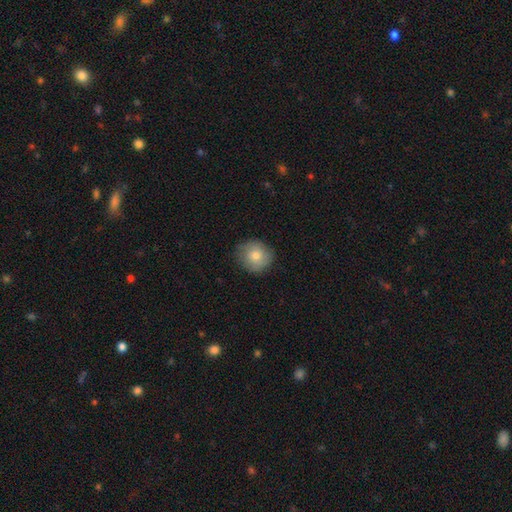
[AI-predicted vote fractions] smooth 76%, featured or disk 16%, star or artifact 7%. Down the decision tree: how rounded — round (88%); merging — none (80%).